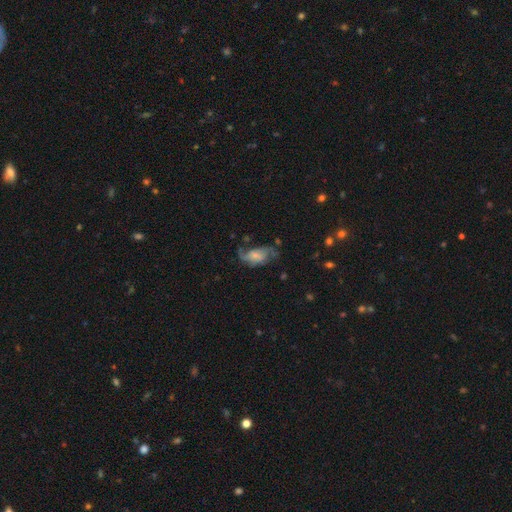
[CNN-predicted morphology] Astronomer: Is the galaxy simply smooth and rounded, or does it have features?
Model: featured or disk — 63%.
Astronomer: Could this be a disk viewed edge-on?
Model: no — 95%.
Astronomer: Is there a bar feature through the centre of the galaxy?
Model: no — 60%.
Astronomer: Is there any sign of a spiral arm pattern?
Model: yes — 84%.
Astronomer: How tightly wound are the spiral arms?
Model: loose — 52% (runner-up: medium, 36%).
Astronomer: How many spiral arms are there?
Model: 2 — 67%.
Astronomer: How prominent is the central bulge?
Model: small — 49%.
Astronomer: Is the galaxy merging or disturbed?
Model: none — 42% (runner-up: major disturbance, 30%).